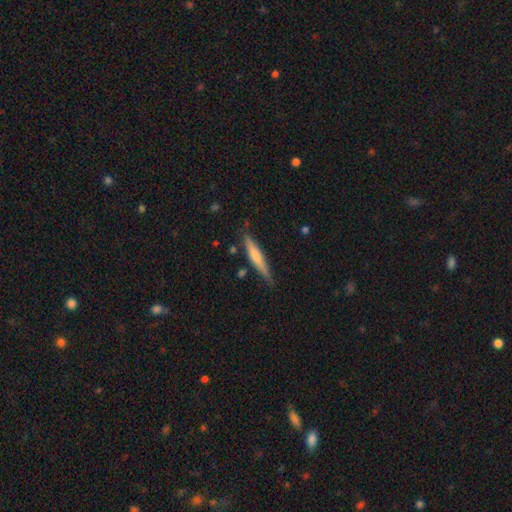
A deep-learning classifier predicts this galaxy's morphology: type=smooth (60%); roundness=cigar-shaped (92%); merging=none (78%).